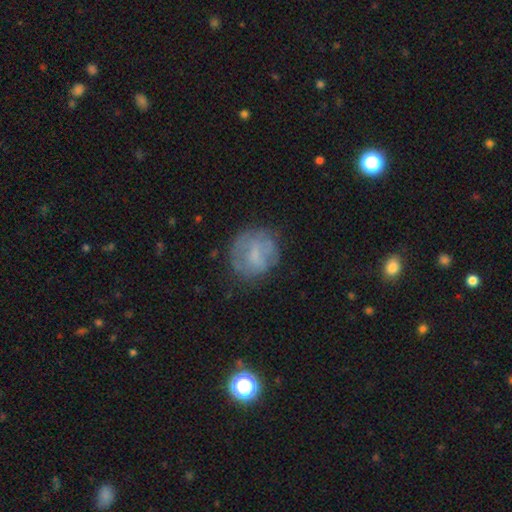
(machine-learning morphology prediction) Smooth or featured?
  - smooth: 51% *
  - featured or disk: 39%
  - star or artifact: 10%
How rounded?
  - round: 79% *
  - in between: 20%
  - cigar-shaped: 1%
Merging?
  - none: 66% *
  - minor disturbance: 20%
  - major disturbance: 11%
  - merger: 2%